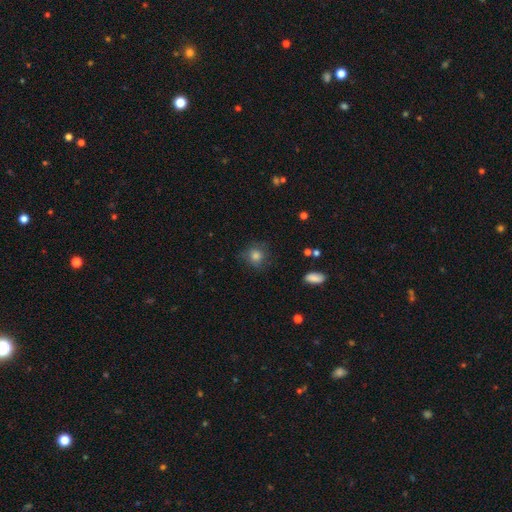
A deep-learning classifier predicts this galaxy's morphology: type=smooth (75%); roundness=round (86%); merging=none (73%).